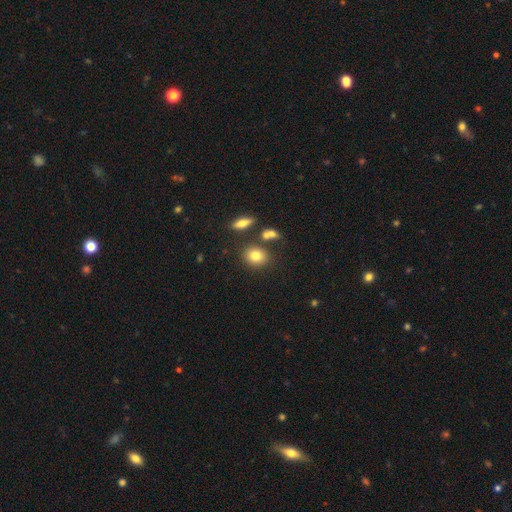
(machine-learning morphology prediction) Q: Smooth or featured?
A: smooth (79%); runner-up: featured or disk (11%)
Q: How rounded?
A: round (58%); runner-up: in between (40%)
Q: Merging?
A: none (74%); runner-up: minor disturbance (11%)